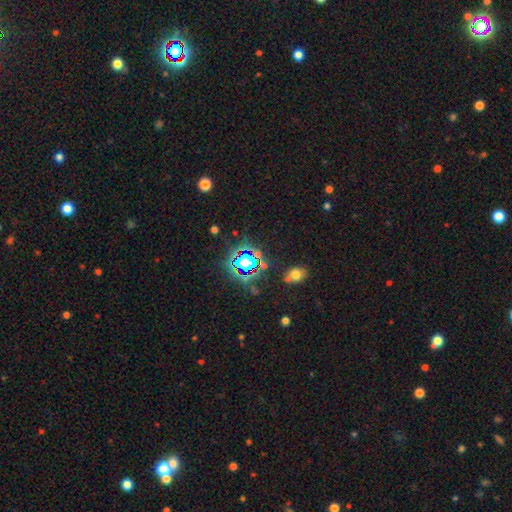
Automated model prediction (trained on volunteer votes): The model was most divided on "smooth or featured": star or artifact: 73%, smooth: 18%, featured or disk: 9%.